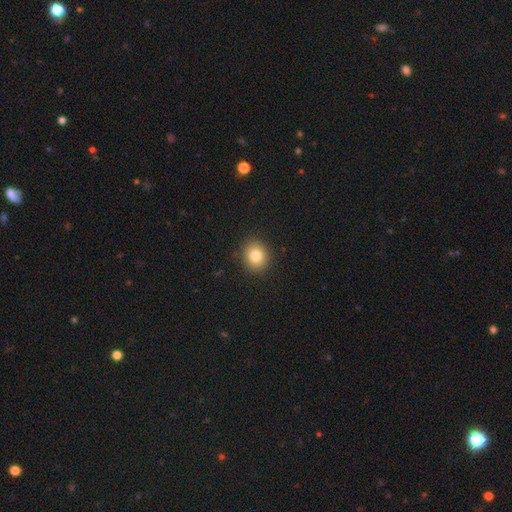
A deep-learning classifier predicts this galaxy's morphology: smooth 81%, star or artifact 11%, featured or disk 8%. Down the decision tree: how rounded — round (77%); merging — none (90%).